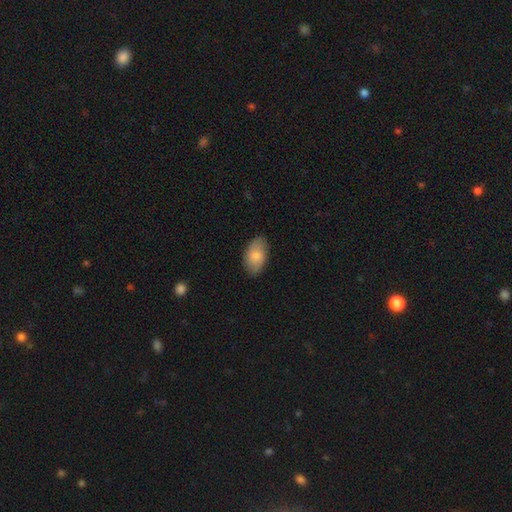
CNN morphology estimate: The model was most divided on "smooth or featured": smooth: 81%, featured or disk: 13%, star or artifact: 6%. More confident: how rounded — in between (94%); merging — none (83%).